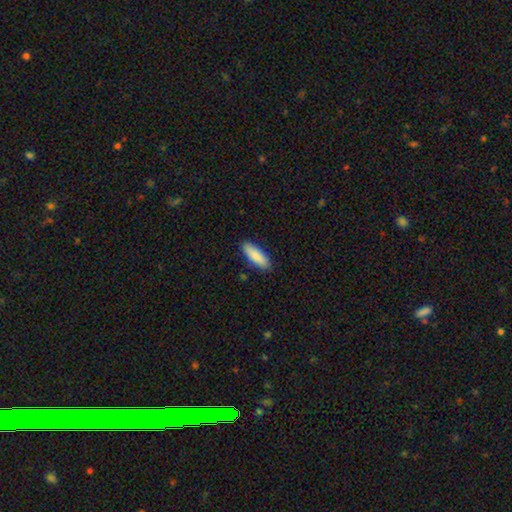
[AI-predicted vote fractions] This is clearly a smooth galaxy (89%). How rounded: likely in between (63%). Merging: clearly none (88%).